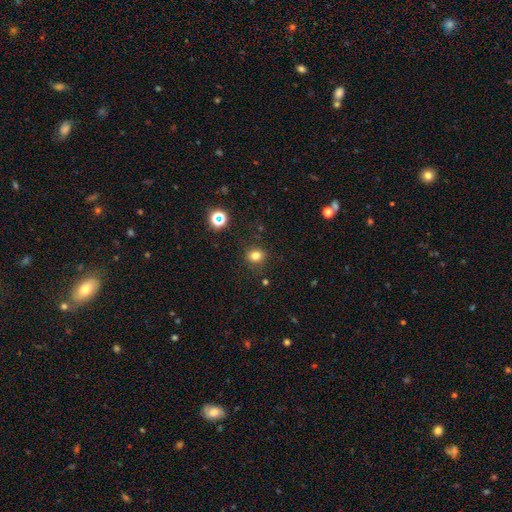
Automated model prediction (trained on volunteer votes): This is likely a smooth galaxy (76%). How rounded: likely round (74%). Merging: clearly none (84%).